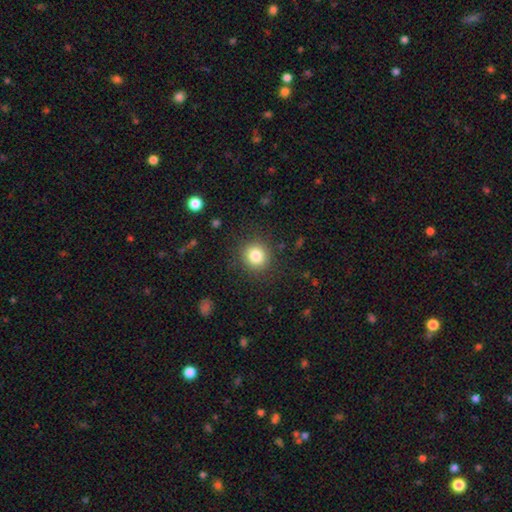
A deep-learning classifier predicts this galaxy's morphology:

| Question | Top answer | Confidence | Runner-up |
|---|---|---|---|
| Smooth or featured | smooth | 83% | star or artifact (11%) |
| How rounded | round | 89% | in between (10%) |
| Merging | none | 88% | minor disturbance (7%) |